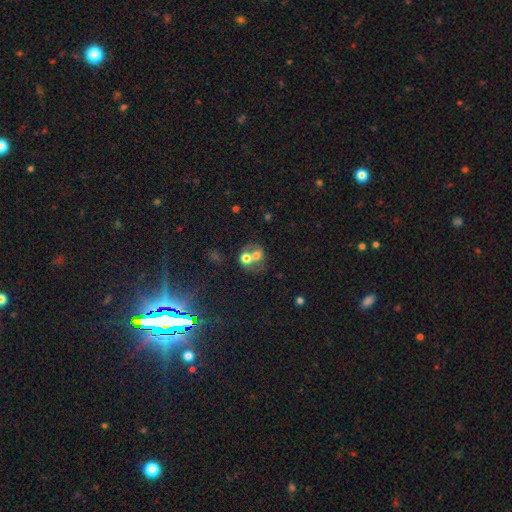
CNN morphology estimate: The model was most divided on "how rounded": round: 61%, in between: 39%, cigar-shaped: 1%. More confident: merging — merger (64%); smooth or featured — smooth (57%).